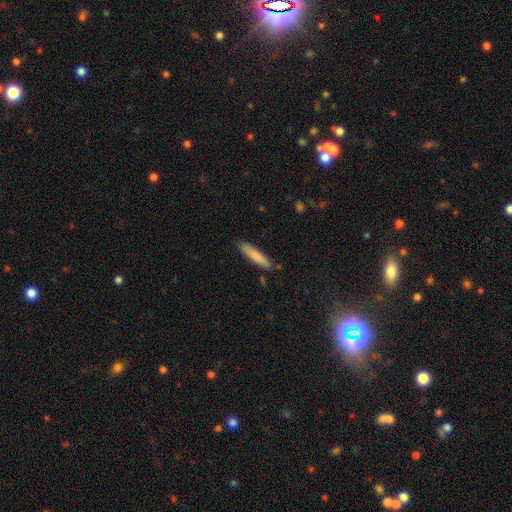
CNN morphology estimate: Overall: smooth (80%). How rounded: cigar-shaped (87%). Merging: none (87%).